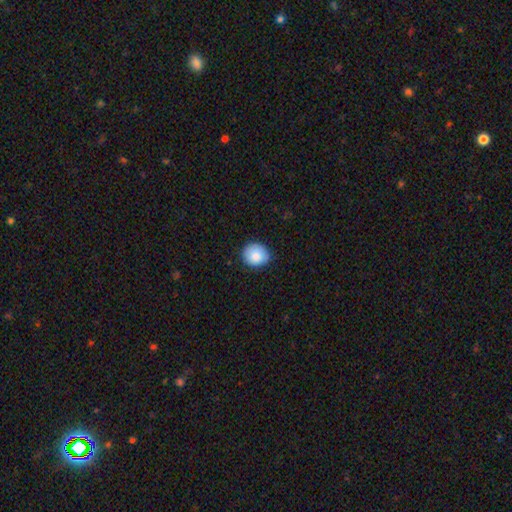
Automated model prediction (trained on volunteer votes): Morphology: type=smooth (86%); roundness=round (76%); merging=none (76%).